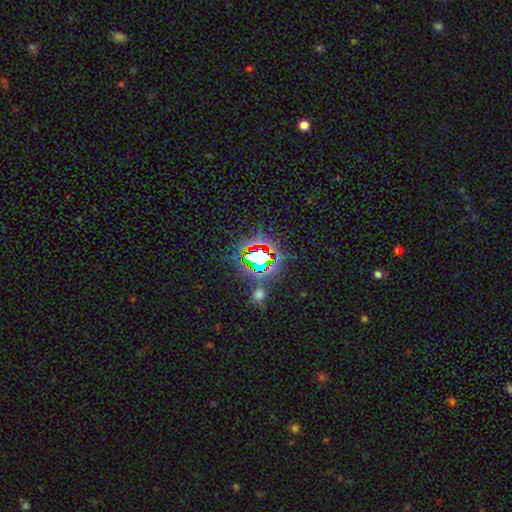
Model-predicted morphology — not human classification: This appears to be a star or artifact, not a galaxy (75%).